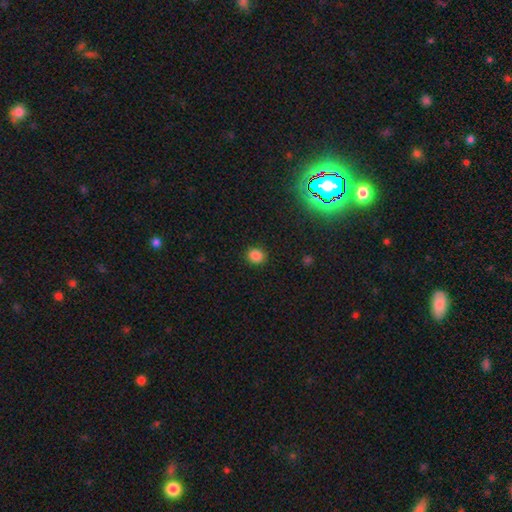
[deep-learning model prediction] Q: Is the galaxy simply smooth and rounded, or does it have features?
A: smooth — 84%.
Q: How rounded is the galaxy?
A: round — 76%.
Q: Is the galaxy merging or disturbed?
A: none — 90%.